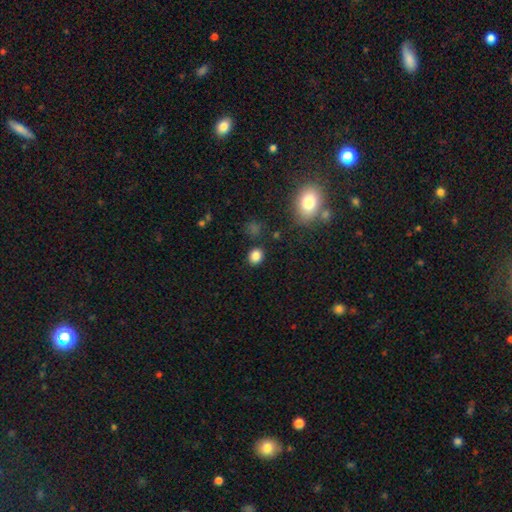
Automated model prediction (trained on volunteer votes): Morphology: type=smooth (84%); roundness=round (61%); merging=none (85%).